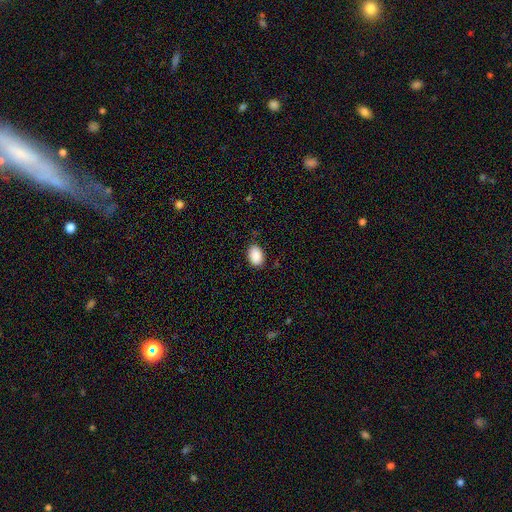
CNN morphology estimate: A smooth galaxy with no disk features (90%) that is in between round and cigar-shaped (82%).

Vote fractions:
- Smooth or featured? smooth: 90% / star or artifact: 7% / featured or disk: 3%
- How rounded? in between: 82% / round: 16% / cigar-shaped: 1%
- Merging? none: 85% / minor disturbance: 11% / major disturbance: 2% / merger: 1%